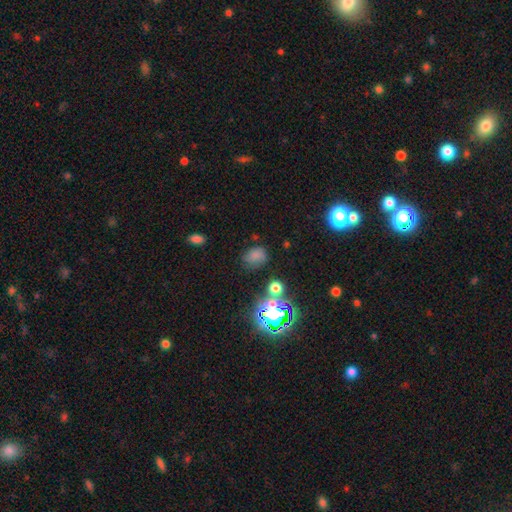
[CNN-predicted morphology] Smooth or featured? Predicted: smooth (p=0.66). How rounded? Predicted: in between (p=0.56). Merging? Predicted: none (p=0.66).